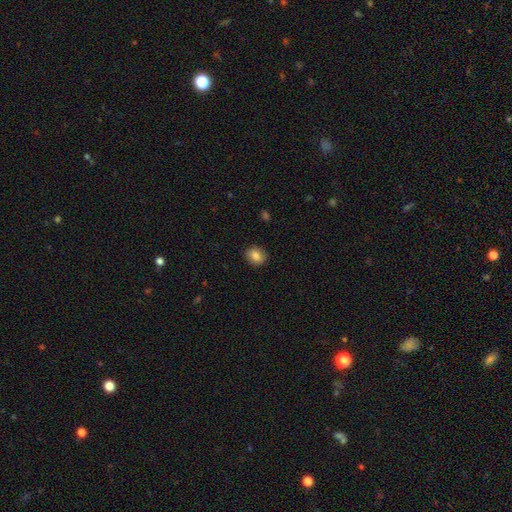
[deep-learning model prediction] Q: Smooth or featured?
A: smooth (84%); runner-up: star or artifact (9%)
Q: How rounded?
A: round (59%); runner-up: in between (40%)
Q: Merging?
A: none (89%); runner-up: minor disturbance (8%)